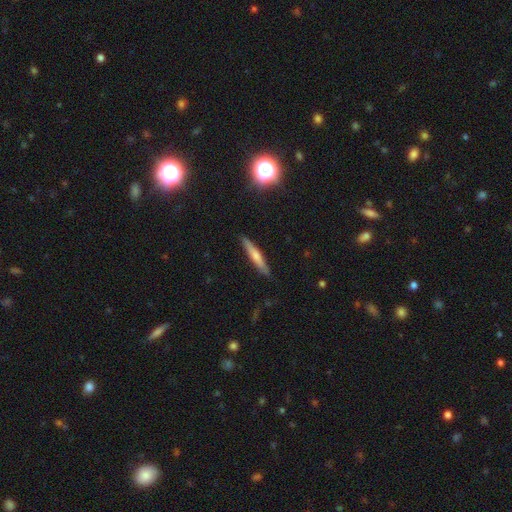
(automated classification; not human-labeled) Morphology: type=smooth (56%); roundness=cigar-shaped (92%); merging=none (88%).